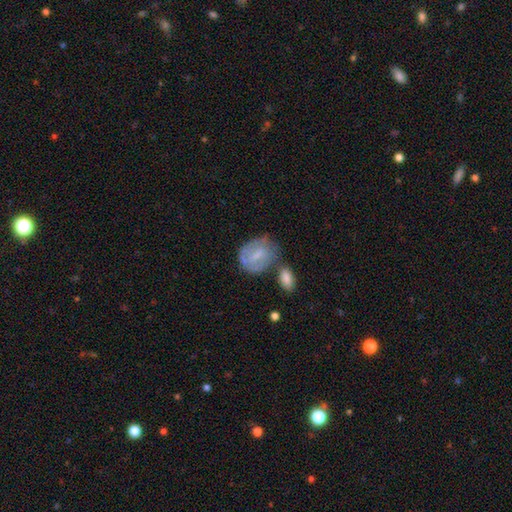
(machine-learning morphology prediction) A smooth galaxy with no disk features (49%). Merging: none (44%).